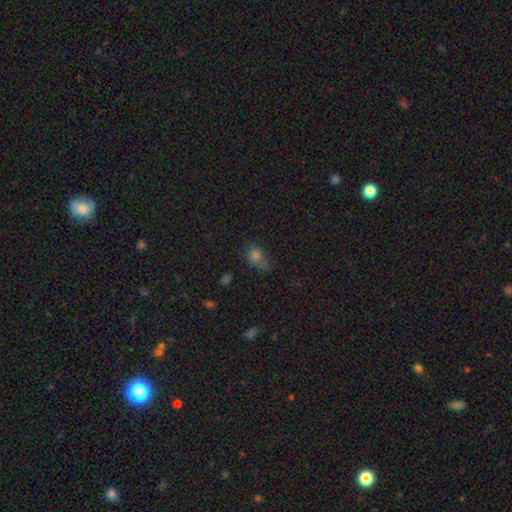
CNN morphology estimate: This appears to be a smooth galaxy with no disk features (69%) that is in between round and cigar-shaped (69%). Merging: none (54%).